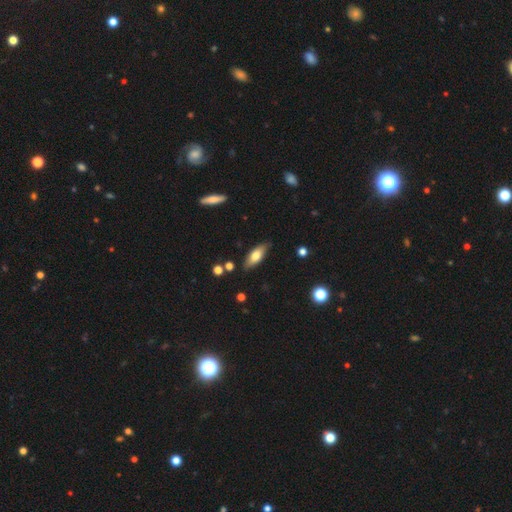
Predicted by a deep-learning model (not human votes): This is likely a smooth galaxy (70%). How rounded: likely in between (70%). Merging: clearly none (82%).